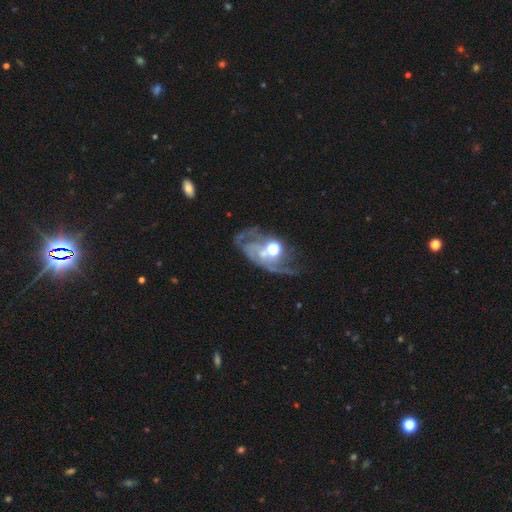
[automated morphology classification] Q: Smooth or featured?
A: featured or disk (79%); runner-up: star or artifact (10%)
Q: Edge-on disk?
A: no (96%); runner-up: yes (4%)
Q: Bar?
A: no (67%); runner-up: weak (24%)
Q: Spiral arms?
A: yes (85%); runner-up: no (15%)
Q: Spiral winding?
A: medium (43%); runner-up: tight (32%)
Q: Spiral arm count?
A: 2 (42%); runner-up: can't tell (23%)
Q: Bulge size?
A: moderate (57%); runner-up: small (18%)
Q: Merging?
A: none (47%); runner-up: major disturbance (25%)